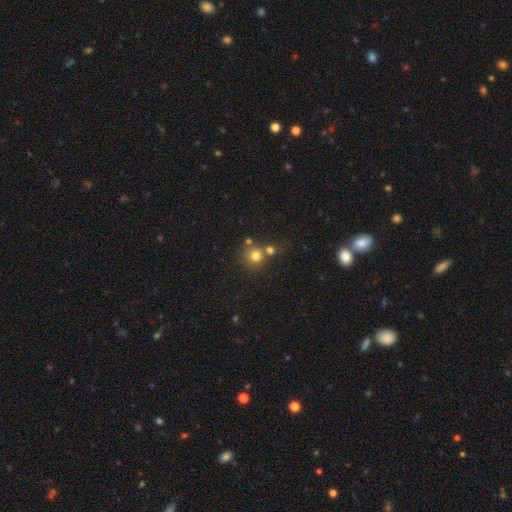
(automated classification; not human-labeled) smooth 75%, star or artifact 15%, featured or disk 10%. Down the decision tree: how rounded — round (90%); merging — none (57%).